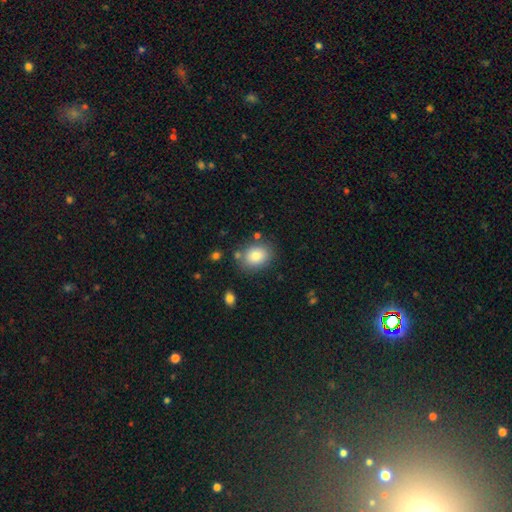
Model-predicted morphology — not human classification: A smooth galaxy with no disk features (82%) that is in between round and cigar-shaped (56%).

Vote fractions:
- Smooth or featured? smooth: 82% / featured or disk: 9% / star or artifact: 9%
- How rounded? in between: 56% / round: 43% / cigar-shaped: 1%
- Merging? none: 77% / minor disturbance: 13% / merger: 6% / major disturbance: 4%